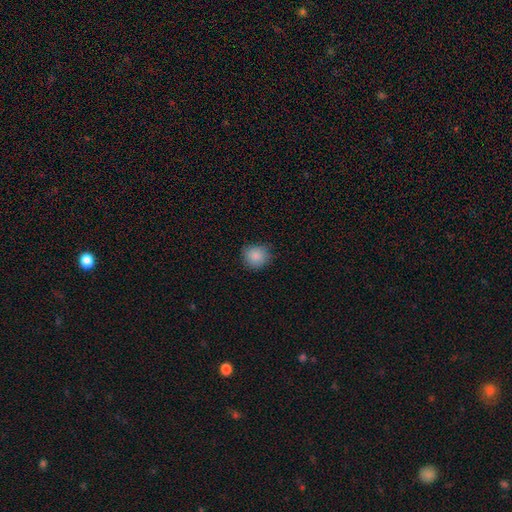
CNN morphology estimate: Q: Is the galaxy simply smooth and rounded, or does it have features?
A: smooth — 87%.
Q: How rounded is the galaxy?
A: round — 88%.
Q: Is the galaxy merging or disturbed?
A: none — 82%.